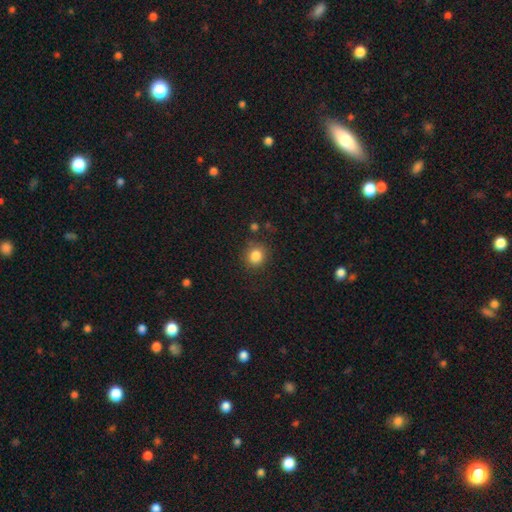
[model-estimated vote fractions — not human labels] The model was most divided on "how rounded": round: 84%, in between: 15%, cigar-shaped: 1%. More confident: smooth or featured — smooth (84%); merging — none (83%).